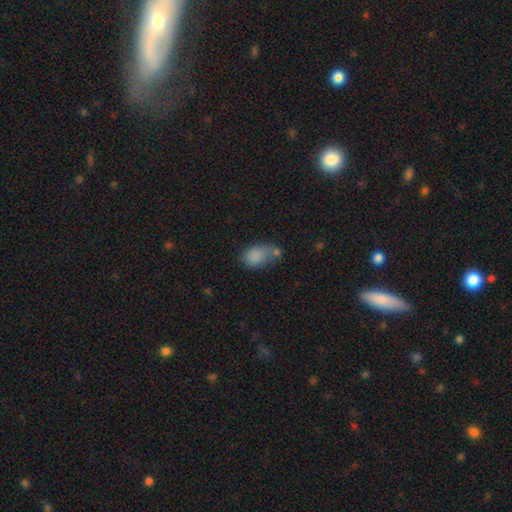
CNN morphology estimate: type=smooth (80%); roundness=in between (83%); merging=none (38%).